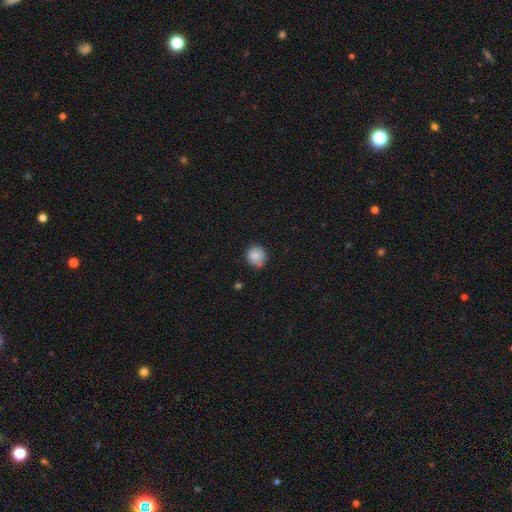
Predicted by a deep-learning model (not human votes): The model was most divided on "merging": none: 77%, minor disturbance: 18%, major disturbance: 3%, merger: 3%. More confident: how rounded — round (88%); smooth or featured — smooth (86%).